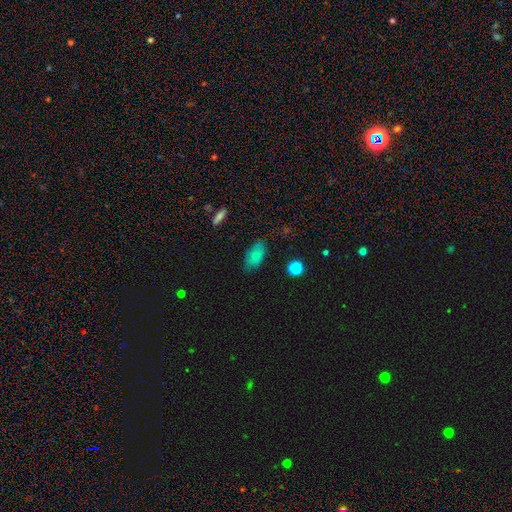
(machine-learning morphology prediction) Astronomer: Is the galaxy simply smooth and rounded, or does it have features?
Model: smooth — 69%.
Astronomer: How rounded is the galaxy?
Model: in between — 88%.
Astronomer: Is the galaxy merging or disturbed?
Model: none — 76%.